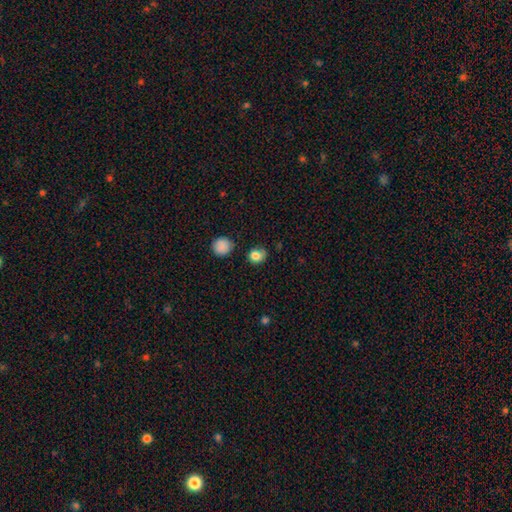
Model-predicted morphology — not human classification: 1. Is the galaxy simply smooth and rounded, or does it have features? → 82% smooth, 11% star or artifact, 7% featured or disk.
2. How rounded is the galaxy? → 72% round, 27% in between, 1% cigar-shaped.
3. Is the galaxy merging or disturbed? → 71% none, 20% minor disturbance, 5% major disturbance, 4% merger.